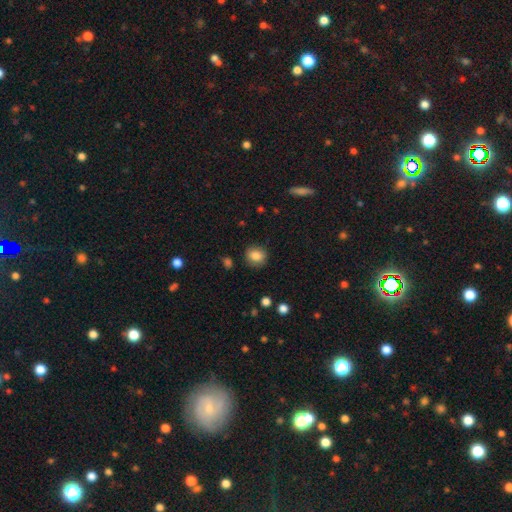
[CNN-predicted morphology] Smooth or featured? smooth (84%)
How rounded? round (69%)
Merging? none (84%)